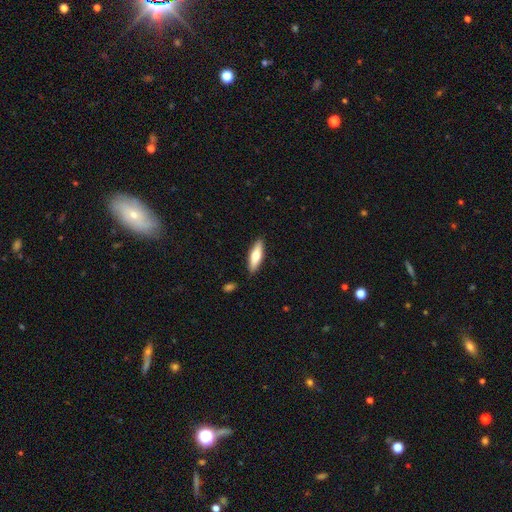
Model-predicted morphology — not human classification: This is likely a smooth galaxy (65%). How rounded: possibly cigar-shaped (56%). Merging: clearly none (88%).